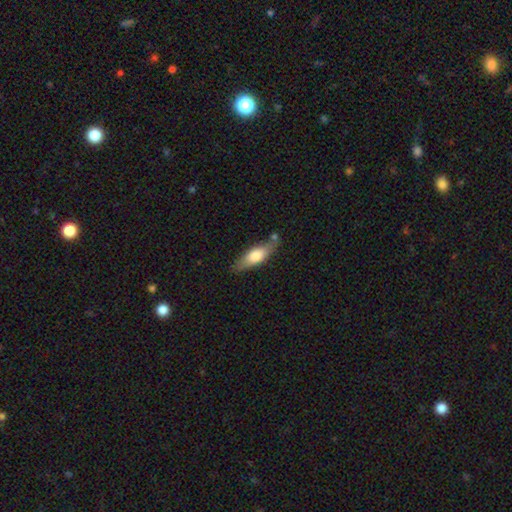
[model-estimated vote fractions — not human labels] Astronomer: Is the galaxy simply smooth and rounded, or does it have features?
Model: smooth — 65%.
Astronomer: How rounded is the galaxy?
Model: in between — 50% (runner-up: cigar-shaped, 48%).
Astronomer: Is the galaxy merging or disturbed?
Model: none — 72%.